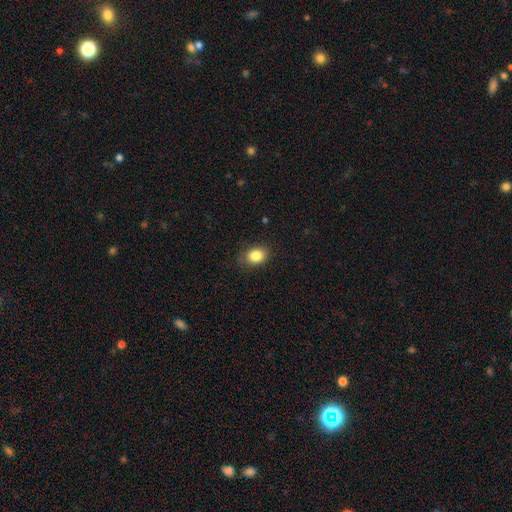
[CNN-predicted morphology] Overall: smooth (85%). How rounded: in between (62%; round 37%). Merging: none (81%).